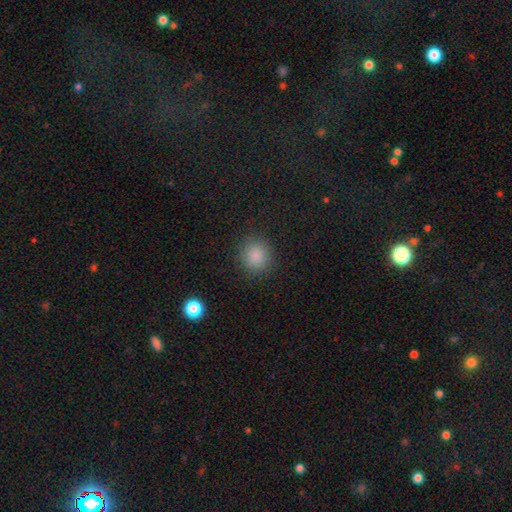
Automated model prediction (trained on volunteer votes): Smooth or featured? smooth (86%)
How rounded? round (89%)
Merging? none (88%)